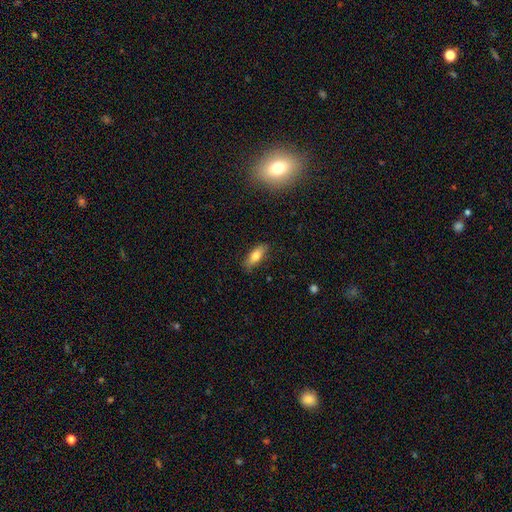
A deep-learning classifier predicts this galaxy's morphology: smooth 75%, featured or disk 17%, star or artifact 8%. Down the decision tree: how rounded — in between (67%); merging — none (84%).